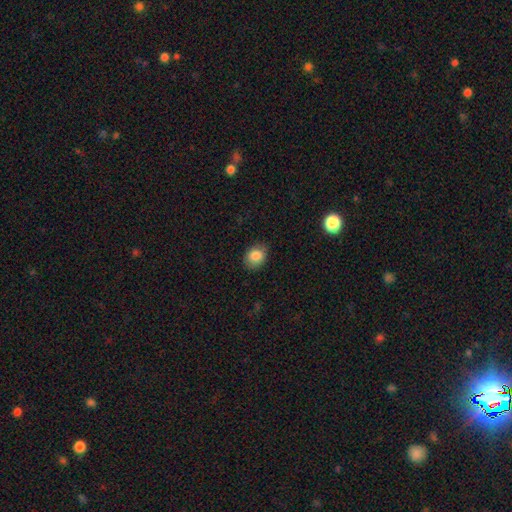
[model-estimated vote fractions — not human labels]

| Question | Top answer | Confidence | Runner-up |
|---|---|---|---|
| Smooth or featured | smooth | 85% | star or artifact (9%) |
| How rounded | in between | 54% | round (45%) |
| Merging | none | 80% | minor disturbance (15%) |